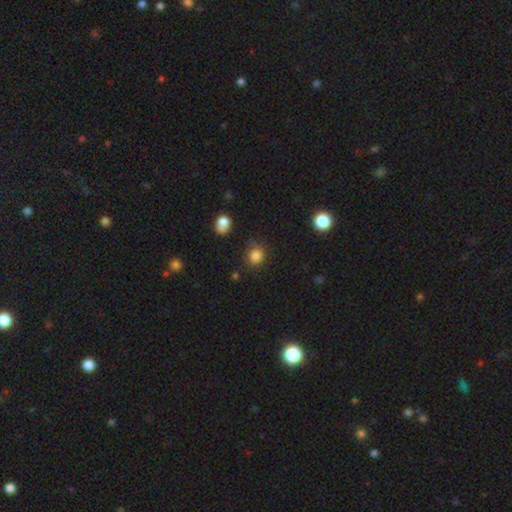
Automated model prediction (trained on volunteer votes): Smooth or featured? Predicted: smooth (p=0.82). How rounded? Predicted: round (p=0.84). Merging? Predicted: none (p=0.79).